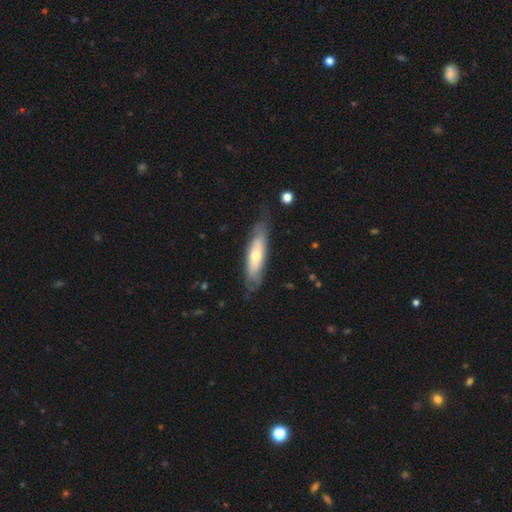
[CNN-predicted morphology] smooth-or-featured: smooth: 52% | featured or disk: 42% | star or artifact: 6%
  how-rounded: cigar-shaped: 60% | in between: 38% | round: 2%
  merging: none: 73% | minor disturbance: 20% | major disturbance: 6% | merger: 2%